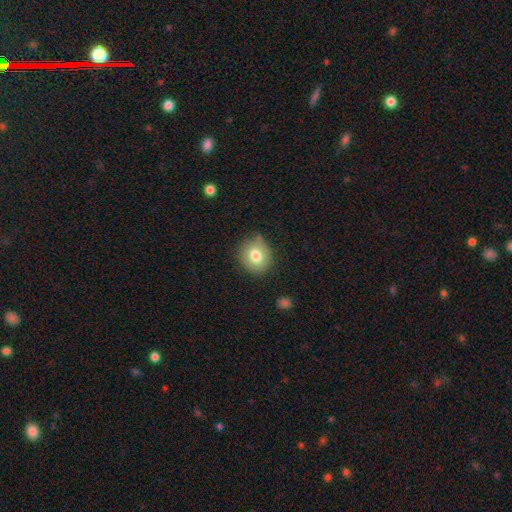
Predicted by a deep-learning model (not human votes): The model was most divided on "how rounded": round: 75%, in between: 24%, cigar-shaped: 1%. More confident: smooth or featured — smooth (77%); merging — none (75%).